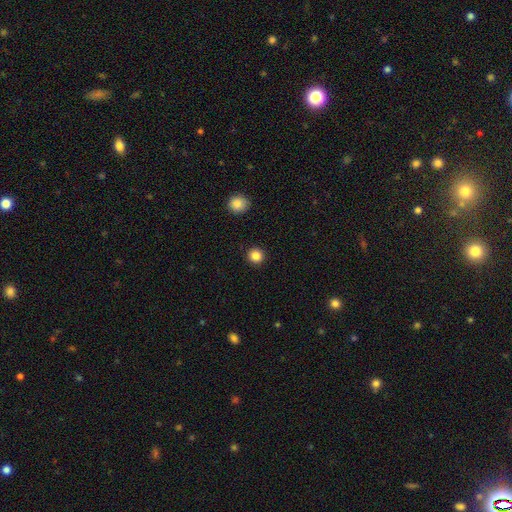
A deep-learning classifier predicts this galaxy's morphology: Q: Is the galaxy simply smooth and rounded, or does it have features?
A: smooth — 85%.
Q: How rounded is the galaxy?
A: round — 94%.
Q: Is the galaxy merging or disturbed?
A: none — 93%.